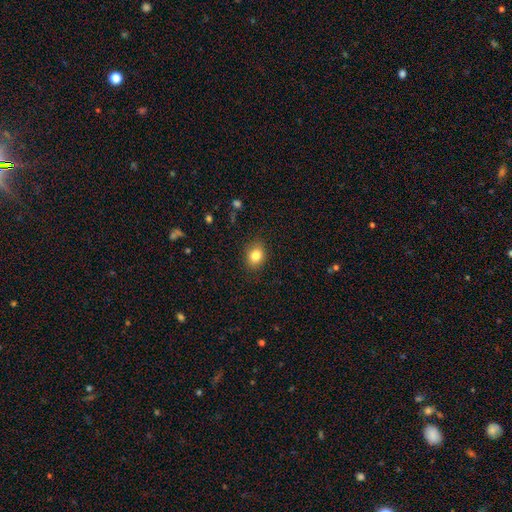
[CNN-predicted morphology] Overall: smooth (83%). How rounded: in between (55%; round 45%). Merging: none (87%).